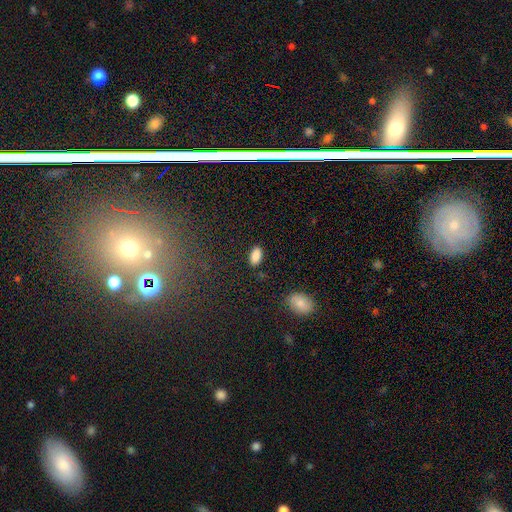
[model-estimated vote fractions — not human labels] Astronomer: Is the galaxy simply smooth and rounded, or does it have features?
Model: smooth — 88%.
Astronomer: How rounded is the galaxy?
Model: in between — 92%.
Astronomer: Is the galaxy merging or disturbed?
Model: none — 85%.